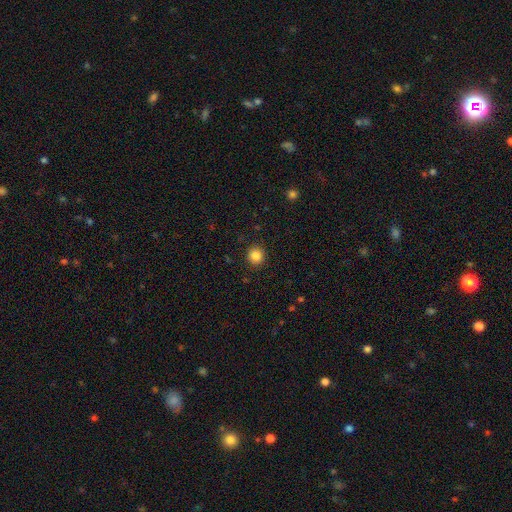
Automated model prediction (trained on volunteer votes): This appears to be a smooth galaxy with no disk features (85%) that is round (91%). Merging: none (90%).